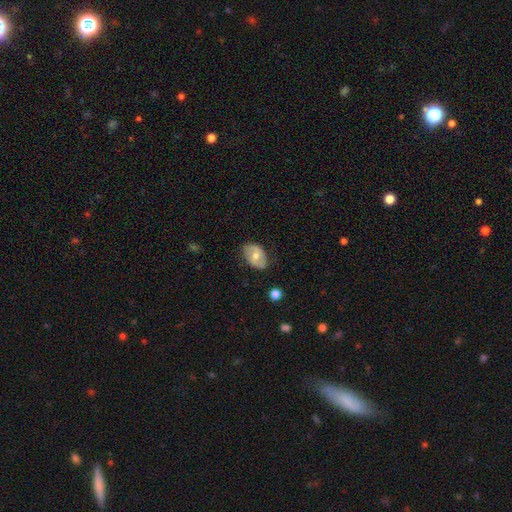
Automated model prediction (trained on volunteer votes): This appears to be a smooth galaxy with no disk features (53%) that is in between round and cigar-shaped (86%). Merging: none (76%).